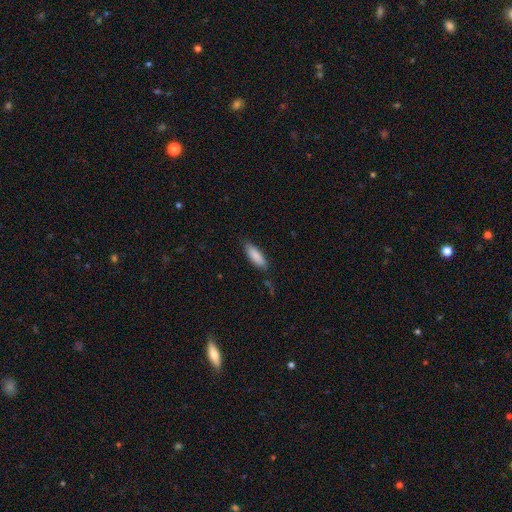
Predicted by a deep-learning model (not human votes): Smooth or featured? smooth (87%)
How rounded? in between (60%)
Merging? none (81%)